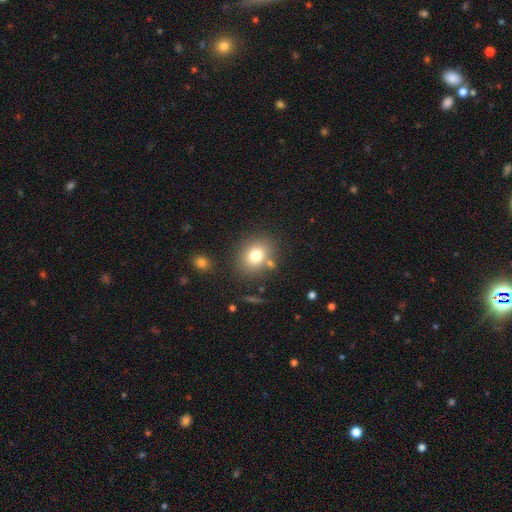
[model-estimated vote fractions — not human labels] Morphology: type=smooth (76%); roundness=round (59%); merging=none (78%).